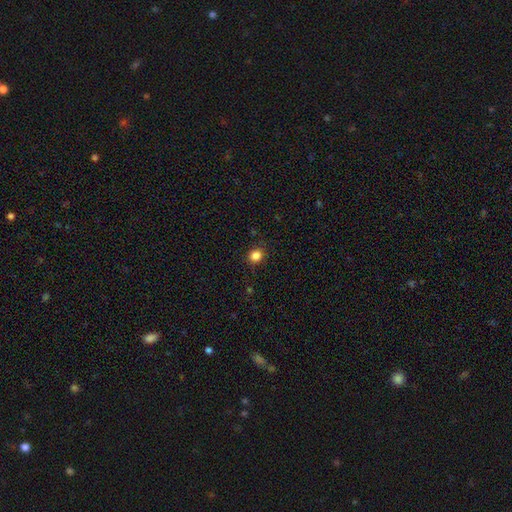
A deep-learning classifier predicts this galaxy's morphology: The model was most divided on "how rounded": round: 74%, in between: 25%, cigar-shaped: 1%. More confident: merging — none (88%); smooth or featured — smooth (85%).